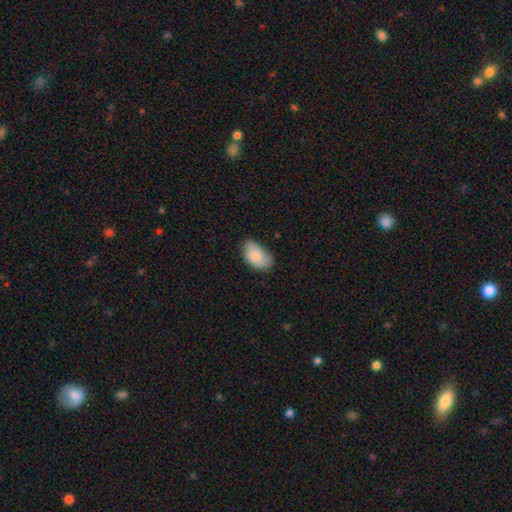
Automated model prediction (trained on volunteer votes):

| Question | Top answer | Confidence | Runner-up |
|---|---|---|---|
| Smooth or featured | smooth | 85% | featured or disk (9%) |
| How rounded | in between | 94% | round (5%) |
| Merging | none | 68% | minor disturbance (26%) |